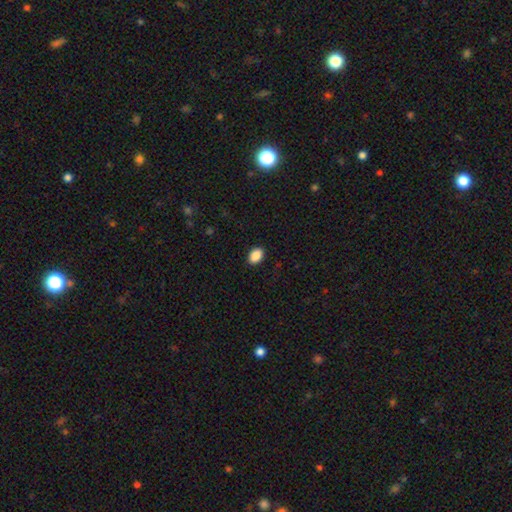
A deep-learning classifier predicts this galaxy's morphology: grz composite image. It shows a smooth galaxy with no disk features (89%) that is in between round and cigar-shaped (86%). Merging: none (90%).